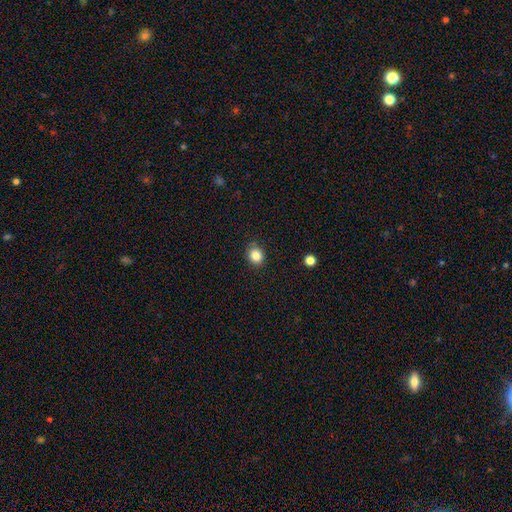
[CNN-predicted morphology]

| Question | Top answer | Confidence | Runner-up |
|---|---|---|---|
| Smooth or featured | smooth | 84% | star or artifact (11%) |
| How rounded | round | 67% | in between (32%) |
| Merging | none | 83% | minor disturbance (13%) |